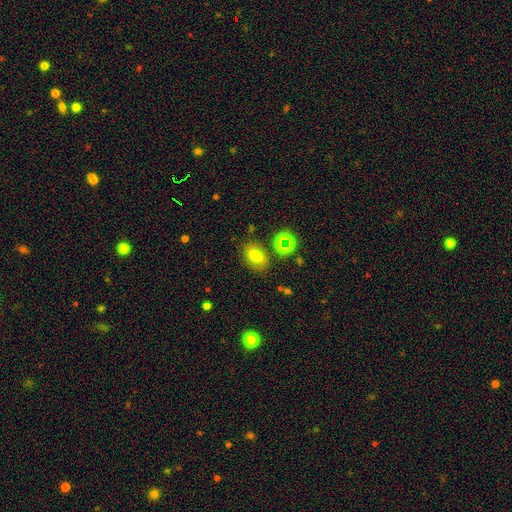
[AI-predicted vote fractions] smooth-or-featured: smooth: 69% | star or artifact: 16% | featured or disk: 15%
  how-rounded: in between: 73% | round: 26% | cigar-shaped: 1%
  merging: none: 78% | minor disturbance: 13% | merger: 5% | major disturbance: 4%